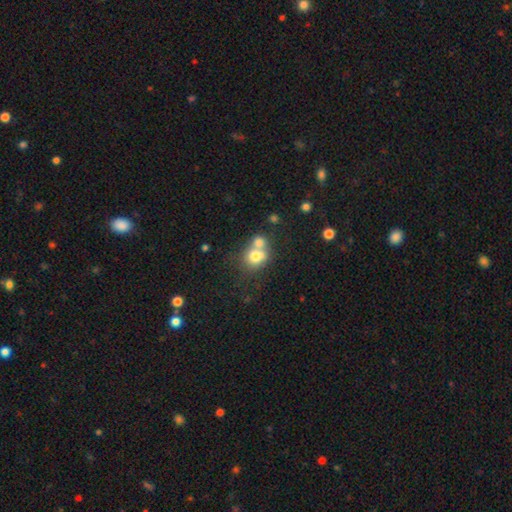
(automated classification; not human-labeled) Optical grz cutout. It shows a smooth galaxy with no disk features (70%) that is round (67%). Merging: merger (57%).